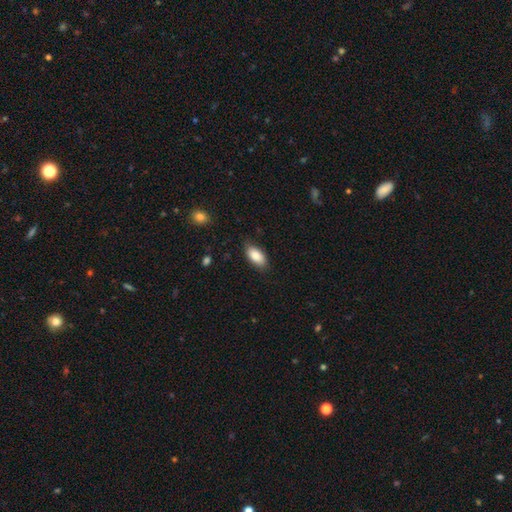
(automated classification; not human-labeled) Smooth or featured? smooth (86%)
How rounded? in between (92%)
Merging? none (82%)